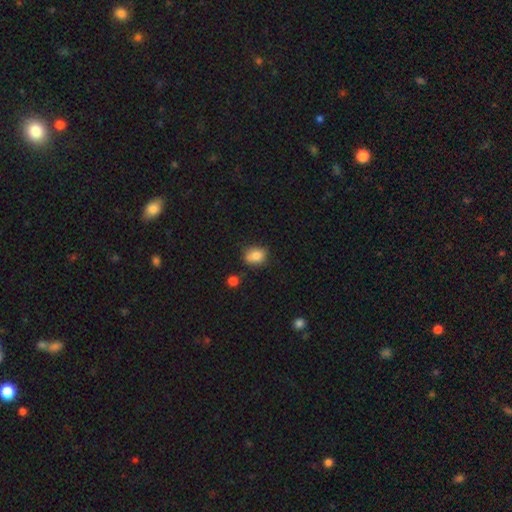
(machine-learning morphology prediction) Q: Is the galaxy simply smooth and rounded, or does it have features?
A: smooth — 84%.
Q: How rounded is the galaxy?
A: in between — 65%.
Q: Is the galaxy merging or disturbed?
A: none — 70%.